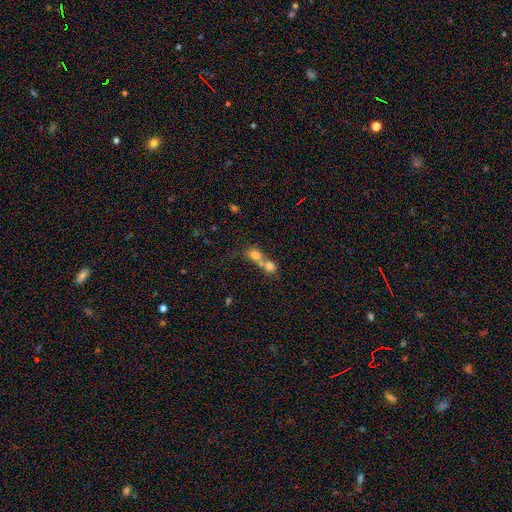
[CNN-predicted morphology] A smooth galaxy with no disk features (72%) that is round (60%).

Vote fractions:
- Smooth or featured? smooth: 72% / featured or disk: 16% / star or artifact: 13%
- How rounded? round: 60% / in between: 38% / cigar-shaped: 2%
- Merging? merger: 69% / none: 22% / minor disturbance: 5% / major disturbance: 4%